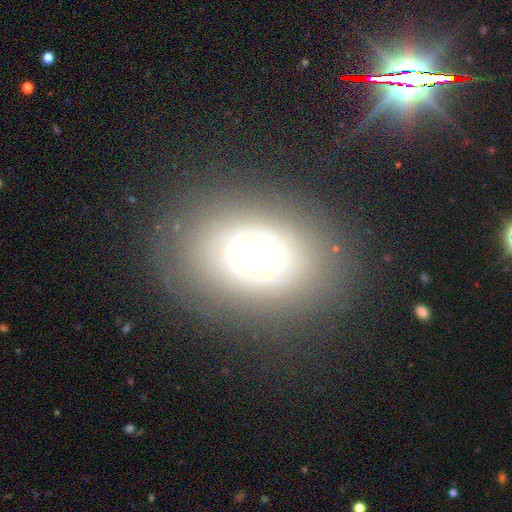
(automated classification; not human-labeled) Q: Smooth or featured?
A: featured or disk (56%); runner-up: smooth (33%)
Q: Edge-on disk?
A: no (93%); runner-up: yes (7%)
Q: Bar?
A: no (82%); runner-up: weak (12%)
Q: Spiral arms?
A: no (71%); runner-up: yes (29%)
Q: Bulge size?
A: moderate (43%); runner-up: large (39%)
Q: Merging?
A: none (78%); runner-up: minor disturbance (14%)